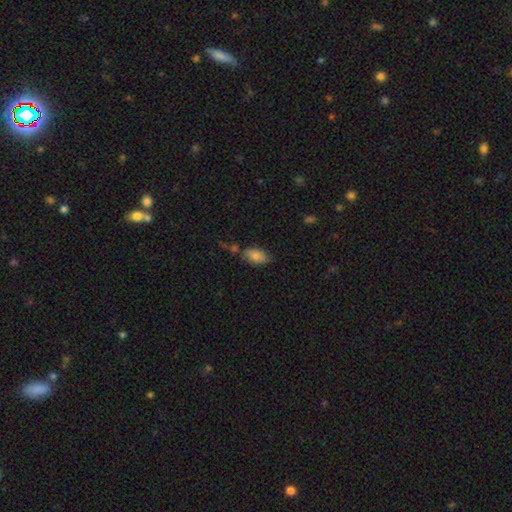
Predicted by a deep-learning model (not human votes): Overall: smooth (80%). How rounded: in between (92%). Merging: none (66%).